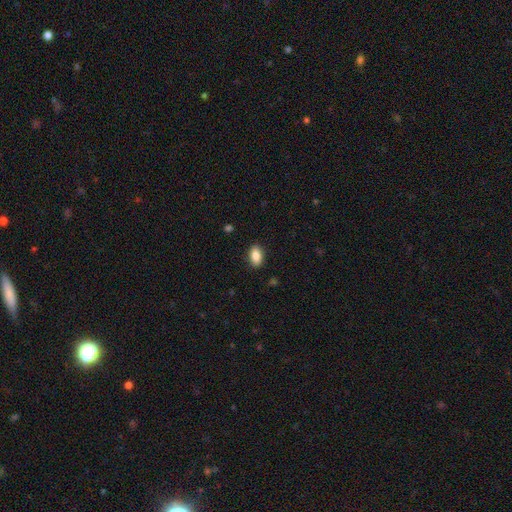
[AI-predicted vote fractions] The model was most divided on "smooth or featured": smooth: 86%, star or artifact: 8%, featured or disk: 7%. More confident: how rounded — in between (90%); merging — none (89%).